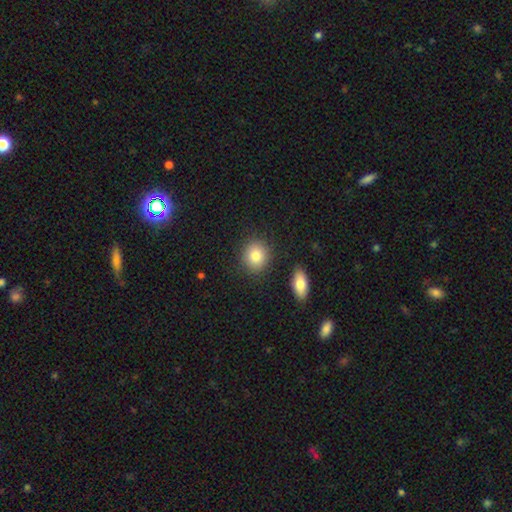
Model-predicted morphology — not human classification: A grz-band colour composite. It shows a smooth galaxy with no disk features (84%) that is round (73%). Merging: none (84%).